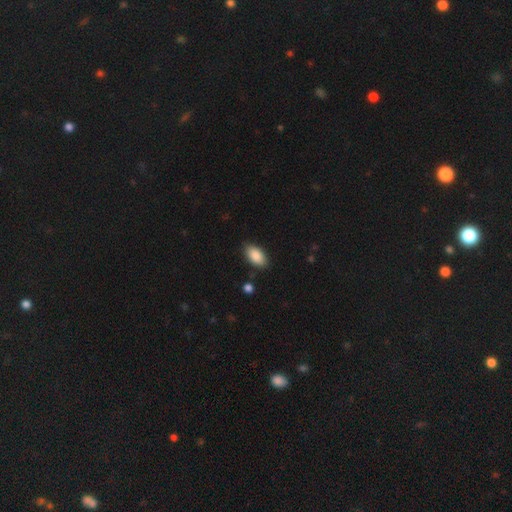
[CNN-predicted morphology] Overall: smooth (89%). How rounded: in between (94%). Merging: none (85%).